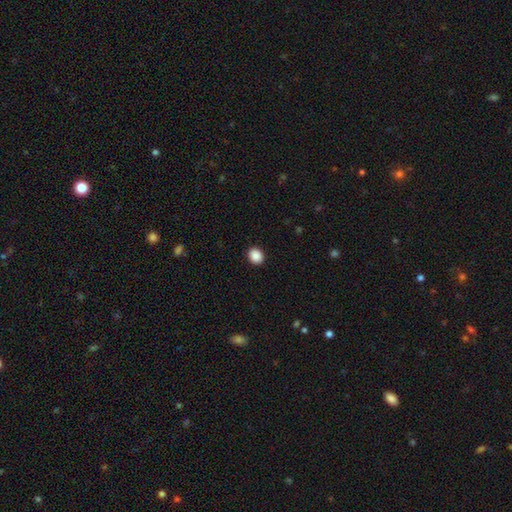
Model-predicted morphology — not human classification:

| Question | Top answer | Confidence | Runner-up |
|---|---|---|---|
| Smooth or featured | smooth | 89% | star or artifact (8%) |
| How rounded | round | 67% | in between (32%) |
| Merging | none | 91% | minor disturbance (6%) |